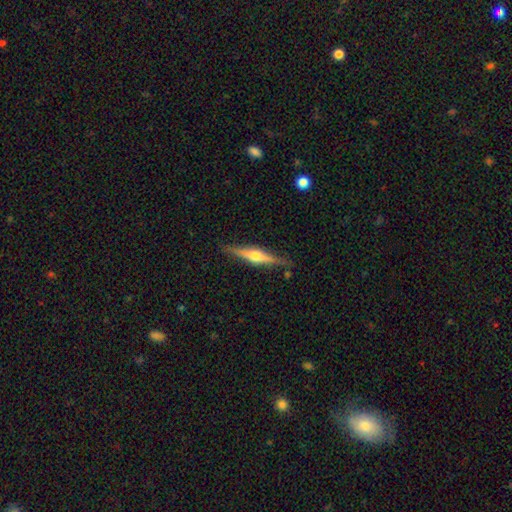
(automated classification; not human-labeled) Smooth or featured? Predicted: featured or disk (p=0.70). Edge-on disk? Predicted: yes (p=0.97). Edge-on bulge? Predicted: rounded (p=0.91). Merging? Predicted: none (p=0.85).